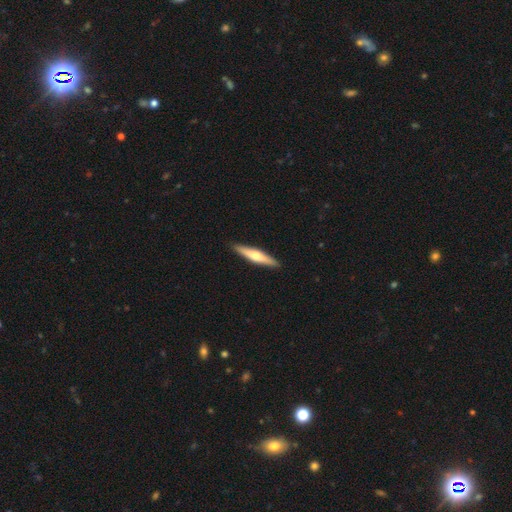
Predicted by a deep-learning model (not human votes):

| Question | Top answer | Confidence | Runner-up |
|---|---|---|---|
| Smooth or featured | featured or disk | 50% | smooth (45%) |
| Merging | none | 91% | minor disturbance (6%) |